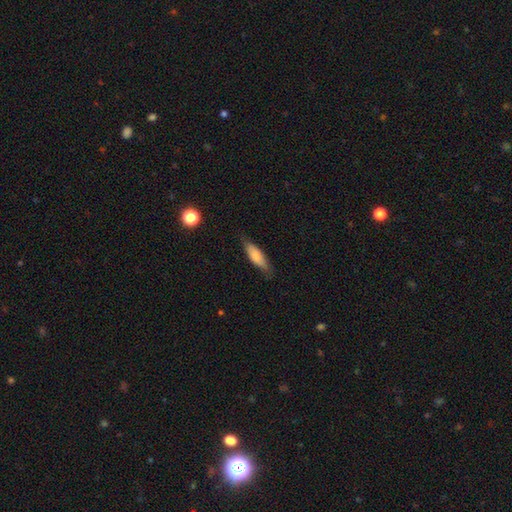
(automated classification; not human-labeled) smooth-or-featured: smooth: 77% | featured or disk: 17% | star or artifact: 6%
  how-rounded: cigar-shaped: 49% (tied) | in between: 49% (tied) | round: 2%
  merging: none: 76% | minor disturbance: 19% | major disturbance: 4% | merger: 1%